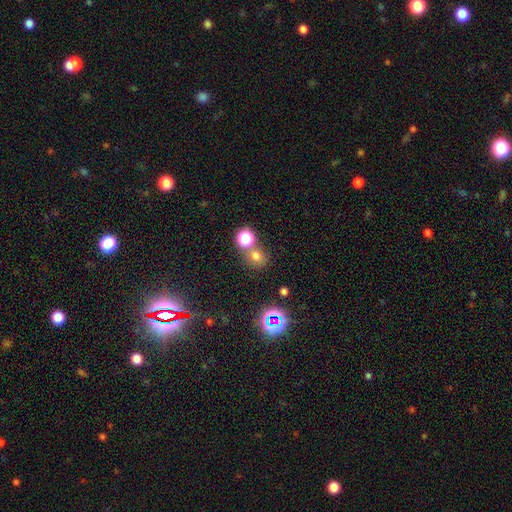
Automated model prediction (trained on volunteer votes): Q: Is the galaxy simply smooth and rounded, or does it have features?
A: smooth — 66%.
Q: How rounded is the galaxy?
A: round — 79%.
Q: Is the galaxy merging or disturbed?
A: none — 63%.